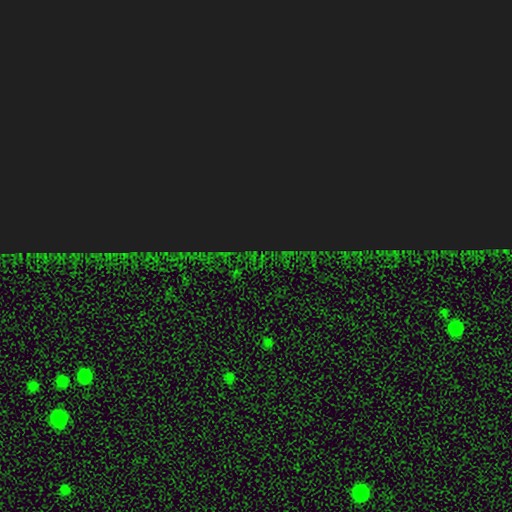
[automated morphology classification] Overall: star or artifact (85%).